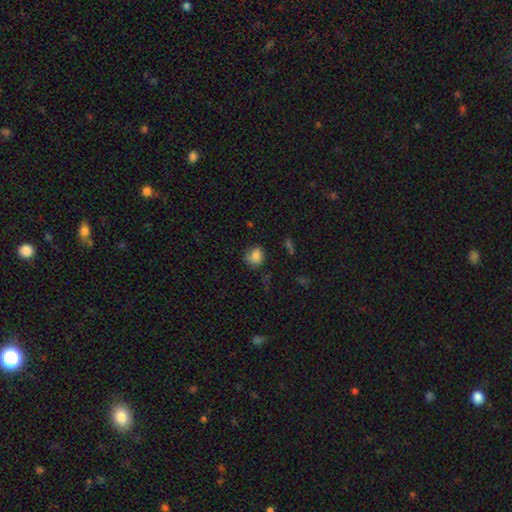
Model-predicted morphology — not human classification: This is likely a smooth galaxy (80%). How rounded: possibly round (59%). Merging: possibly none (55%).